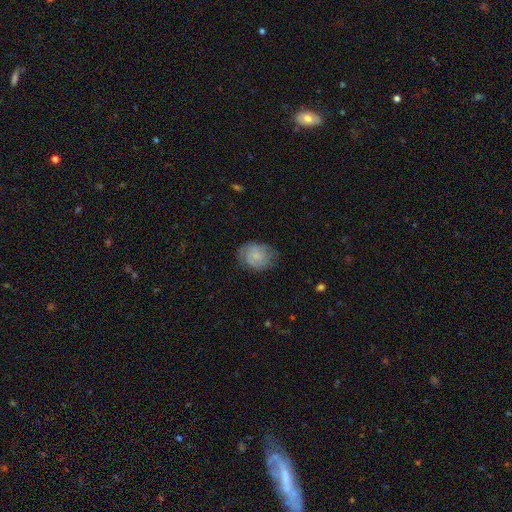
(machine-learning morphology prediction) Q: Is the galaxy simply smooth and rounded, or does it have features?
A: smooth — 53%.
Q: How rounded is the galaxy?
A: in between — 52%.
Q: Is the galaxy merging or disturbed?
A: none — 70%.